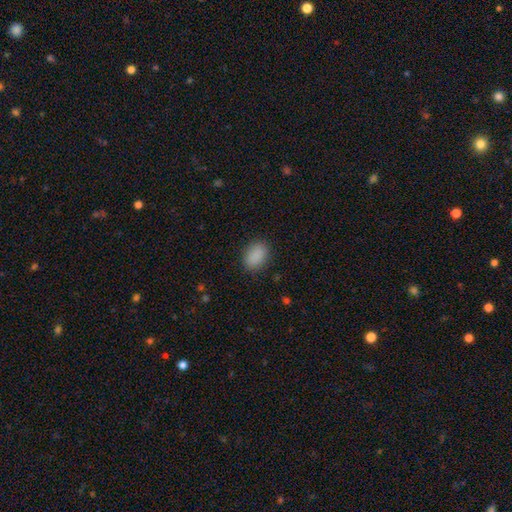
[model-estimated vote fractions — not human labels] smooth_or_featured: smooth (p=0.88) [alt: star or artifact p=0.09]
how_rounded: in between (p=0.81) [alt: round p=0.18]
merging: none (p=0.86) [alt: minor disturbance p=0.10]